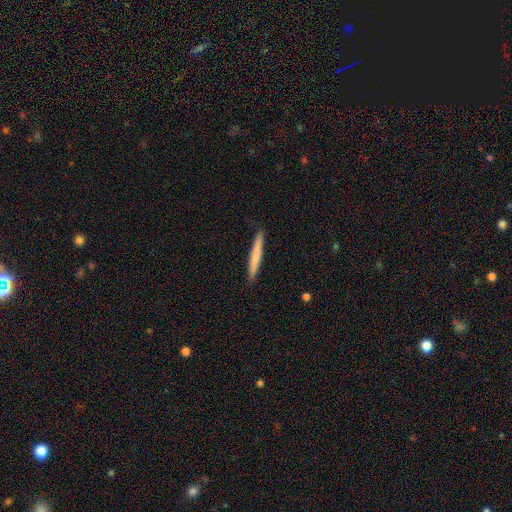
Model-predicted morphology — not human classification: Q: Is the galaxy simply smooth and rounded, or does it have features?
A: smooth — 71%.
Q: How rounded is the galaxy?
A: cigar-shaped — 97%.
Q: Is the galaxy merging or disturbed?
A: none — 92%.